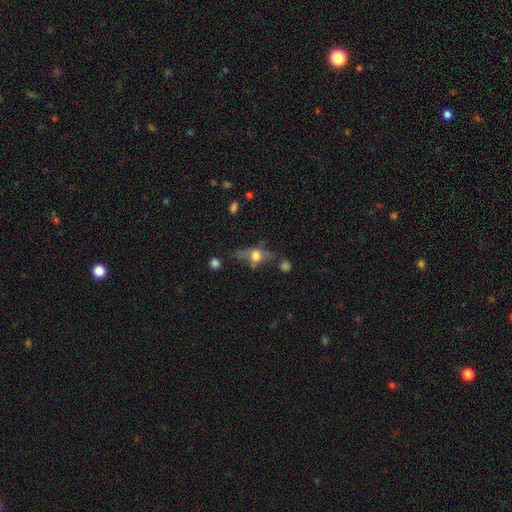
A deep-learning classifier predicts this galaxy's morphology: smooth-or-featured: featured or disk: 44% (tied) | smooth: 44% (tied) | star or artifact: 13%
  merging: none: 46% | major disturbance: 23% | minor disturbance: 22% | merger: 9%